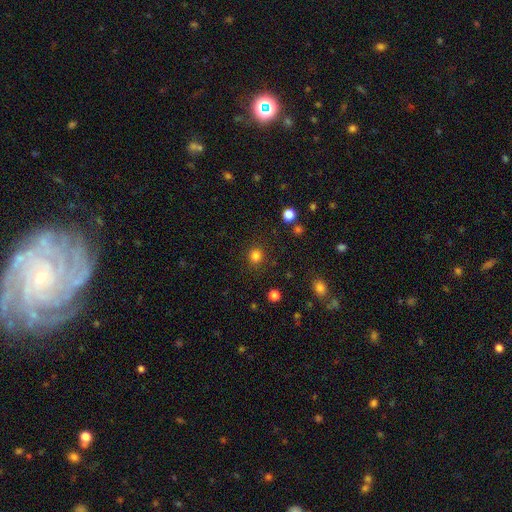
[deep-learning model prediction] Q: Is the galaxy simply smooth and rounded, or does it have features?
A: smooth — 82%.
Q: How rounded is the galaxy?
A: round — 87%.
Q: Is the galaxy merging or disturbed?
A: none — 89%.